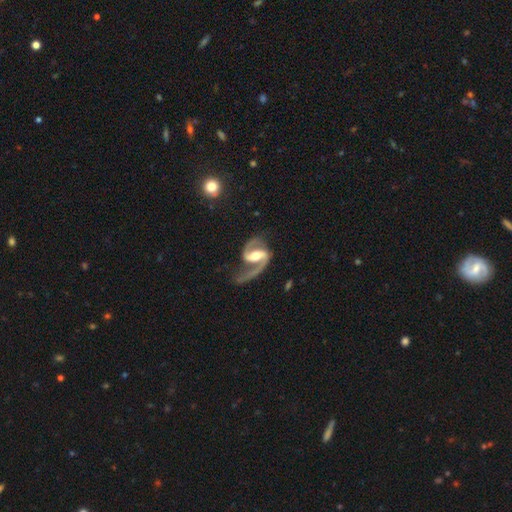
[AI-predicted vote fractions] Smooth or featured? featured or disk (93%)
Edge-on disk? no (98%)
Bar? strong (46%)
Spiral arms? yes (98%)
Spiral winding? medium (56%)
Spiral arm count? 2 (91%)
Bulge size? moderate (67%)
Merging? none (62%)